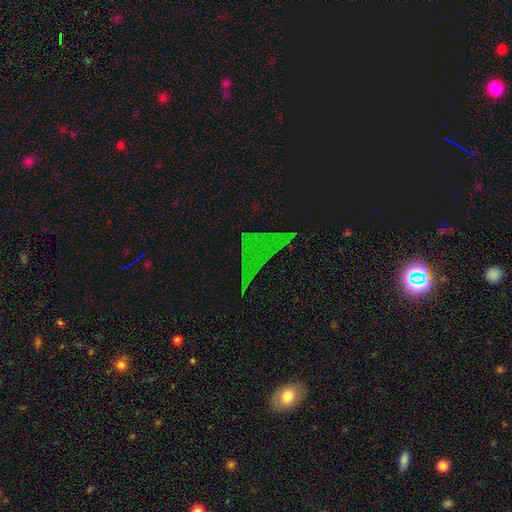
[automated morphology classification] A star or artifact, not a galaxy (63%).